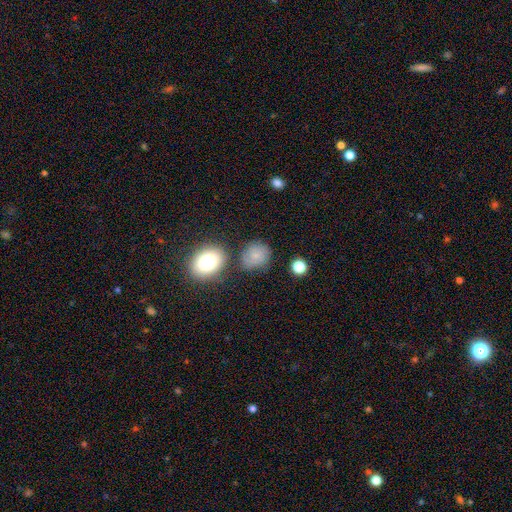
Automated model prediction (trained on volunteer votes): Smooth or featured: smooth — 73% (featured or disk — 14%)
How rounded: round — 69% (in between — 30%)
Merging: none — 67% (minor disturbance — 20%)